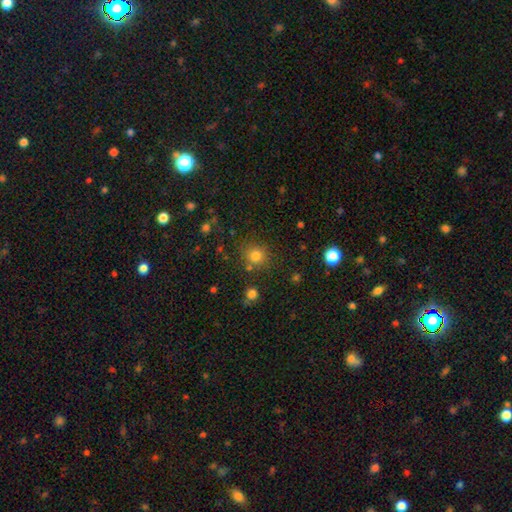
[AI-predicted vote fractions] Smooth or featured? smooth (79%)
How rounded? round (88%)
Merging? none (78%)